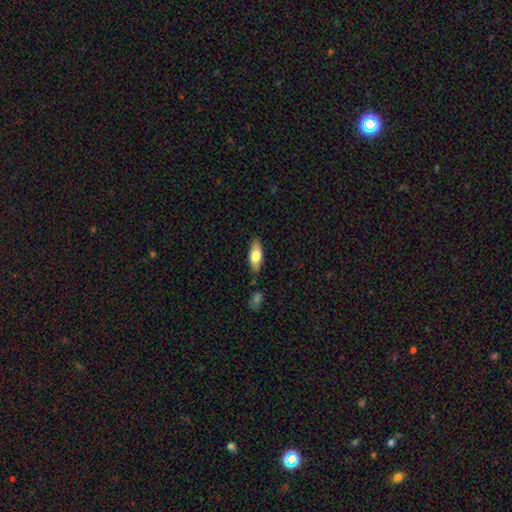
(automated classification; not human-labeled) smooth_or_featured: smooth (p=0.66) [alt: featured or disk p=0.28]
how_rounded: in between (p=0.75) [alt: cigar-shaped p=0.22]
merging: none (p=0.80) [alt: minor disturbance p=0.14]